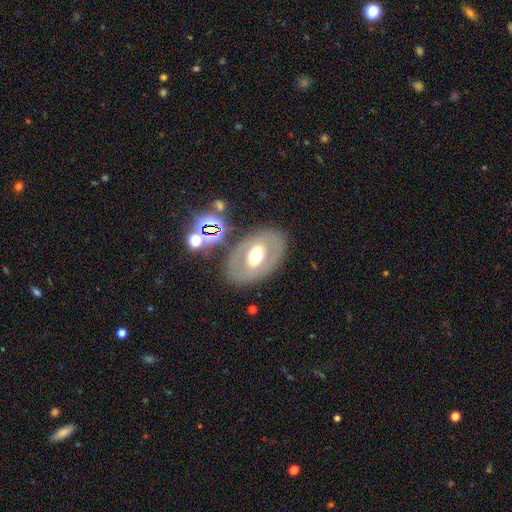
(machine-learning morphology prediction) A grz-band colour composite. It shows a featured or disk galaxy (54%). Merging: none (78%).